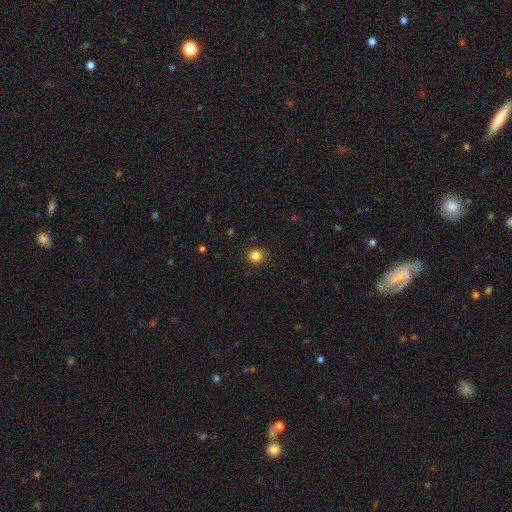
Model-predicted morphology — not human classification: Smooth or featured?
  - smooth: 83% *
  - star or artifact: 12%
  - featured or disk: 4%
How rounded?
  - round: 90% *
  - in between: 9%
  - cigar-shaped: 1%
Merging?
  - none: 91% *
  - minor disturbance: 6%
  - major disturbance: 2%
  - merger: 1%